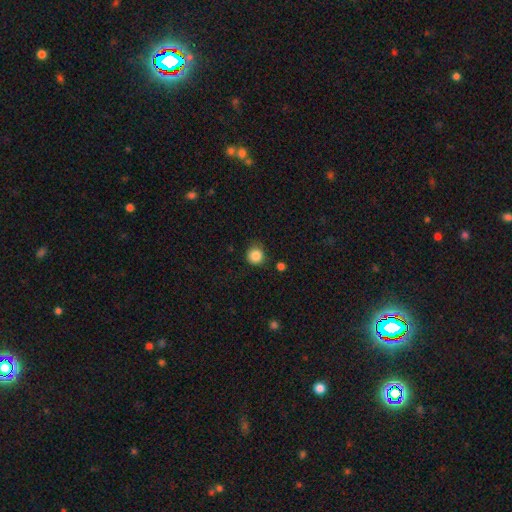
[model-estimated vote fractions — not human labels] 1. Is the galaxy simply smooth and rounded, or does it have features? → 87% smooth, 10% star or artifact, 3% featured or disk.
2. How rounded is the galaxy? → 92% round, 7% in between, 1% cigar-shaped.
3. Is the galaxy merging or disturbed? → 78% none, 16% minor disturbance, 4% major disturbance, 3% merger.